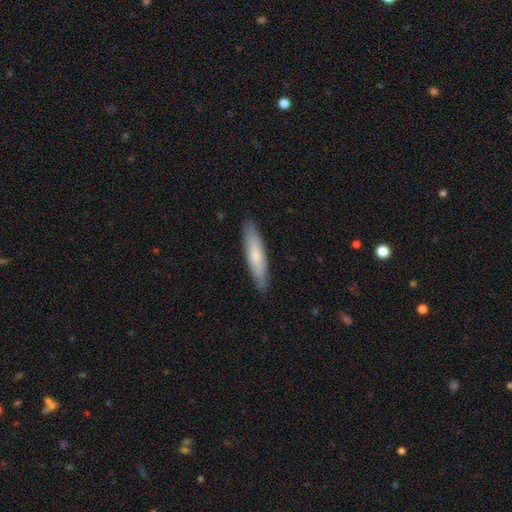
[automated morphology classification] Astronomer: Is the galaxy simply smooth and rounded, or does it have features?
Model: smooth — 67%.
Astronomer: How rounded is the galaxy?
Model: cigar-shaped — 83%.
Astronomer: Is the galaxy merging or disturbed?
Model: none — 86%.